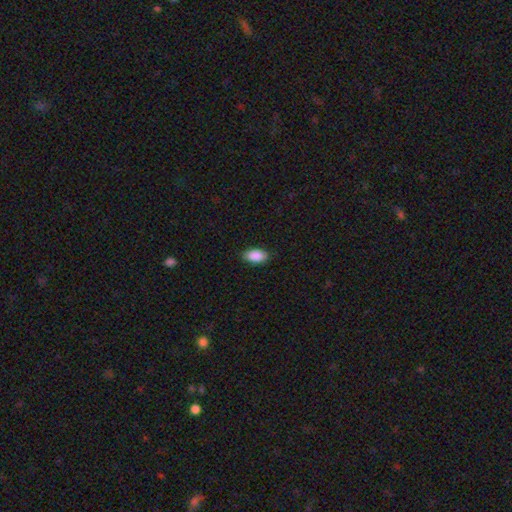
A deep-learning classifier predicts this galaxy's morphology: This appears to be a smooth galaxy with no disk features (90%) that is in between round and cigar-shaped (94%). Merging: none (86%).